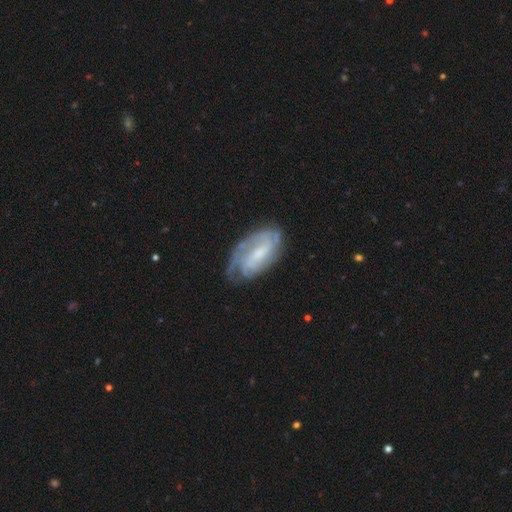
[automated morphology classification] Smooth or featured? Predicted: featured or disk (p=0.72). Edge-on disk? Predicted: no (p=0.94). Bar? Predicted: weak (p=0.46). Spiral arms? Predicted: yes (p=0.89). Spiral winding? Predicted: tight (p=0.55). Spiral arm count? Predicted: can't tell (p=0.39). Bulge size? Predicted: small (p=0.48). Merging? Predicted: none (p=0.68).